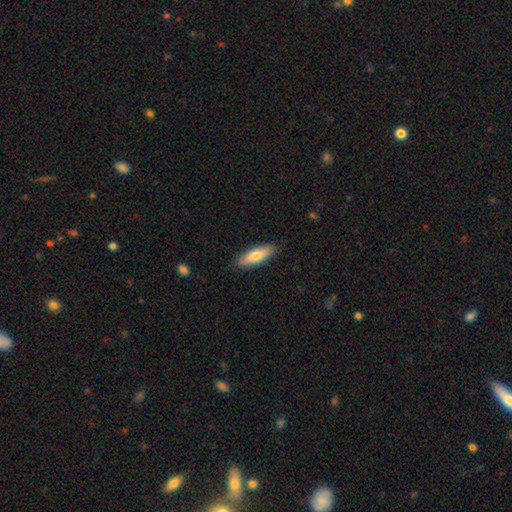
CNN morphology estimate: Smooth or featured?
  - smooth: 71% *
  - featured or disk: 23%
  - star or artifact: 6%
How rounded?
  - in between: 50% *
  - cigar-shaped: 48%
  - round: 2%
Merging?
  - none: 87% *
  - minor disturbance: 10%
  - major disturbance: 2%
  - merger: 1%